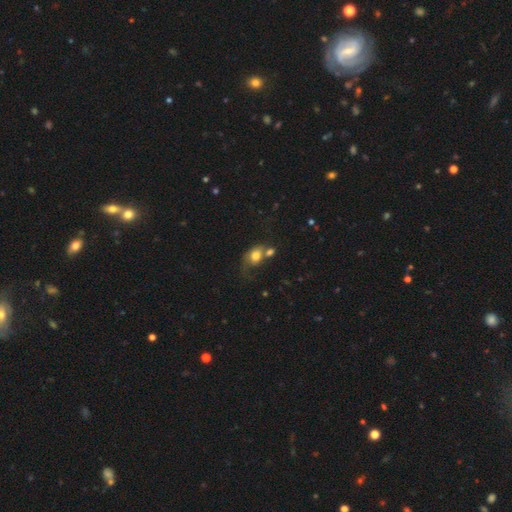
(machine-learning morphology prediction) A smooth galaxy with no disk features (68%) that is in between round and cigar-shaped (62%).

Vote fractions:
- Smooth or featured? smooth: 68% / featured or disk: 23% / star or artifact: 9%
- How rounded? in between: 62% / round: 36% / cigar-shaped: 2%
- Merging? merger: 35% / none: 24% / major disturbance: 24% / minor disturbance: 17%